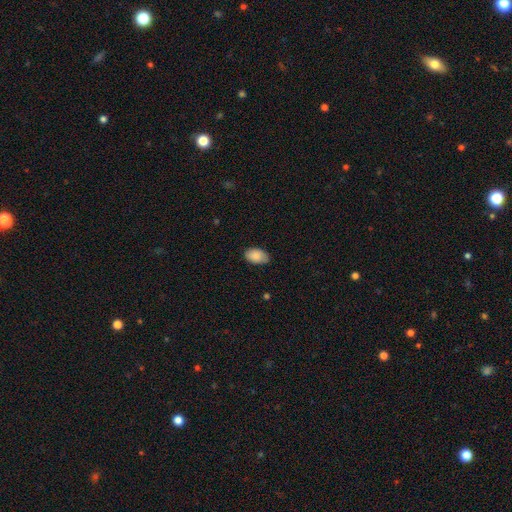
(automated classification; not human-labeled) smooth-or-featured: smooth: 88% | star or artifact: 7% | featured or disk: 5%
  how-rounded: in between: 93% | round: 6% | cigar-shaped: 1%
  merging: none: 81% | minor disturbance: 16% | major disturbance: 2% | merger: 1%